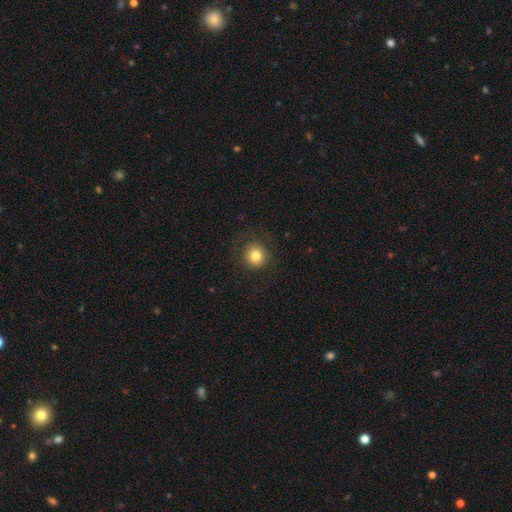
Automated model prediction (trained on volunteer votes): A smooth galaxy with no disk features (80%) that is round (93%). Merging: none (84%).